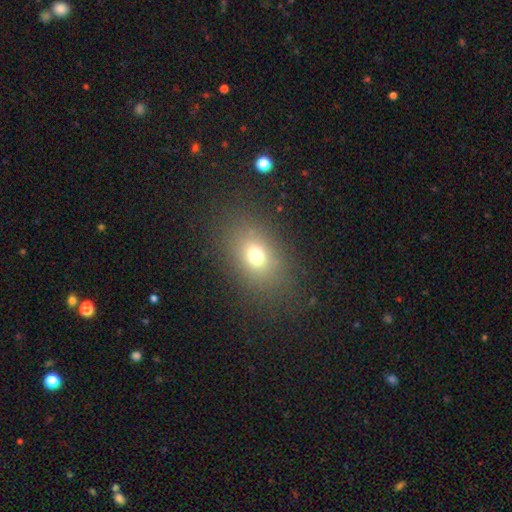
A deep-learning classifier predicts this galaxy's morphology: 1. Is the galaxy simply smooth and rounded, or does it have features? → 71% smooth, 17% star or artifact, 12% featured or disk.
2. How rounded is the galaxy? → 66% in between, 32% round, 2% cigar-shaped.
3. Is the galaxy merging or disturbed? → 82% none, 10% minor disturbance, 7% major disturbance, 1% merger.